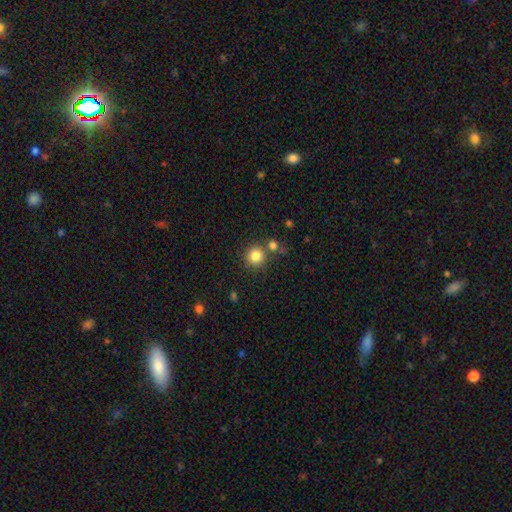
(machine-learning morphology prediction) Q: Smooth or featured?
A: smooth (83%); runner-up: star or artifact (11%)
Q: How rounded?
A: round (92%); runner-up: in between (7%)
Q: Merging?
A: none (73%); runner-up: merger (15%)